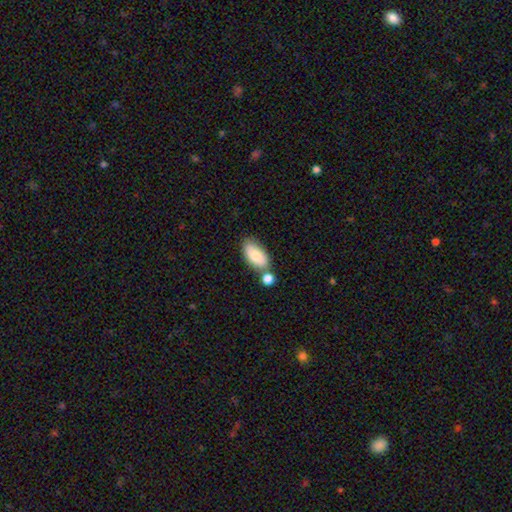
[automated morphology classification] Smooth or featured?
  - smooth: 79% *
  - featured or disk: 14%
  - star or artifact: 7%
How rounded?
  - in between: 92% *
  - cigar-shaped: 5%
  - round: 4%
Merging?
  - none: 57% *
  - merger: 23%
  - minor disturbance: 16%
  - major disturbance: 4%